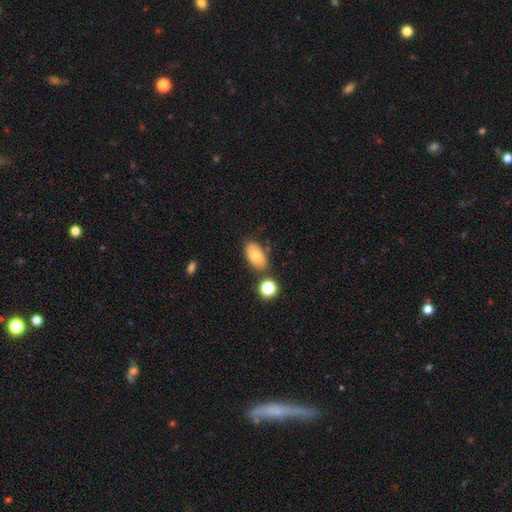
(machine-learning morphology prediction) This appears to be a smooth galaxy with no disk features (77%) that is in between round and cigar-shaped (92%). Merging: none (74%).